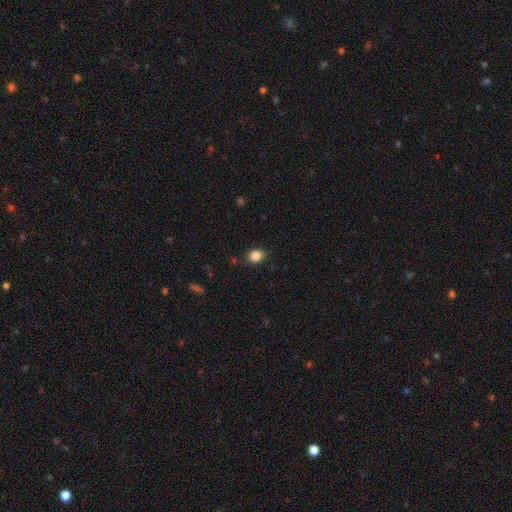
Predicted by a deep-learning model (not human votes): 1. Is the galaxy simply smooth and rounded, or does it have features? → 85% smooth, 10% star or artifact, 4% featured or disk.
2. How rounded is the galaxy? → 53% round, 46% in between, 1% cigar-shaped.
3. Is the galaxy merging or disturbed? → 87% none, 10% minor disturbance, 2% major disturbance, 1% merger.